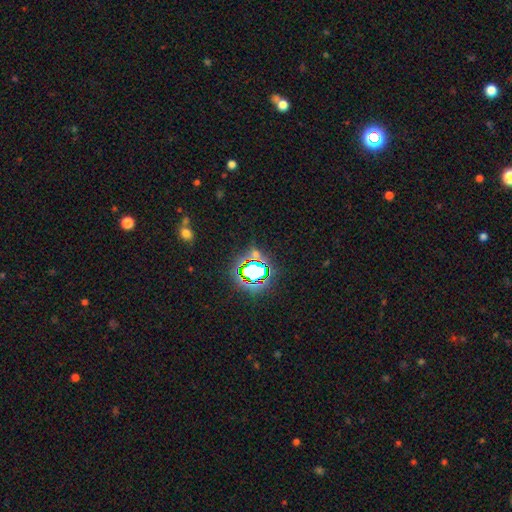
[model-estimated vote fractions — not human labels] This is likely a star or artifact rather than a galaxy (67%).